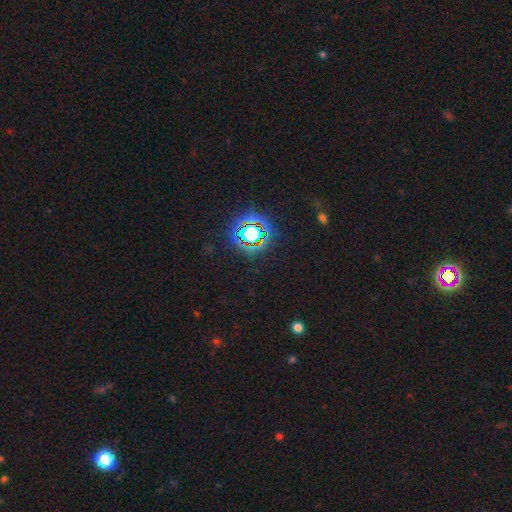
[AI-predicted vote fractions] Smooth or featured: star or artifact — 80% (smooth — 12%)